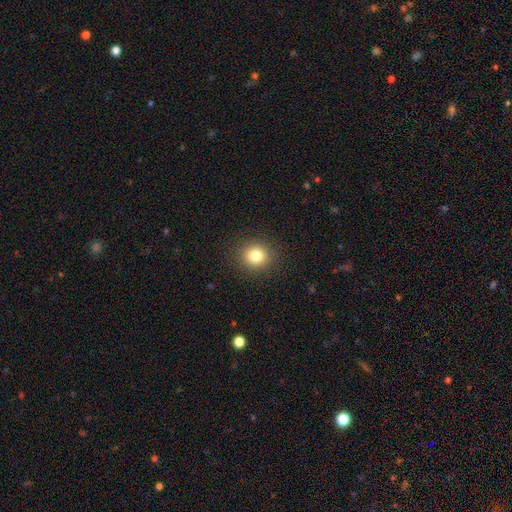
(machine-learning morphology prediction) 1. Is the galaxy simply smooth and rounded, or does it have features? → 81% smooth, 12% star or artifact, 7% featured or disk.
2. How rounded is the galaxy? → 86% round, 13% in between, 1% cigar-shaped.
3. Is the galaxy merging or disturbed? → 90% none, 6% minor disturbance, 2% major disturbance, 1% merger.